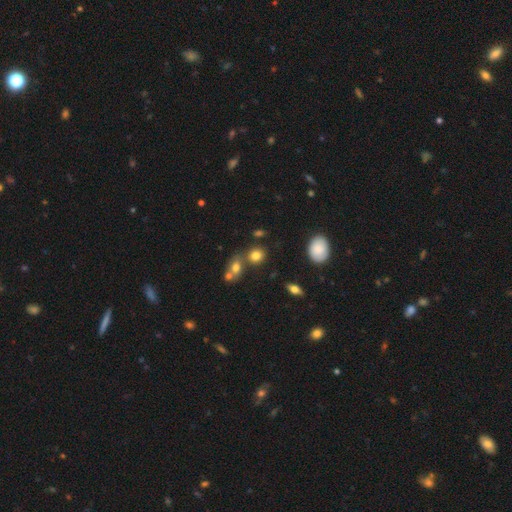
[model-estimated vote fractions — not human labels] Smooth or featured? smooth (79%)
How rounded? round (73%)
Merging? none (63%)